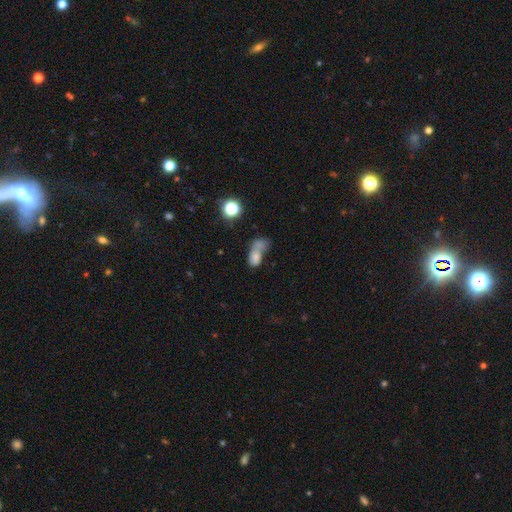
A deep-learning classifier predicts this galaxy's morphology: type=smooth (68%); roundness=in between (78%); merging=merger (53%).